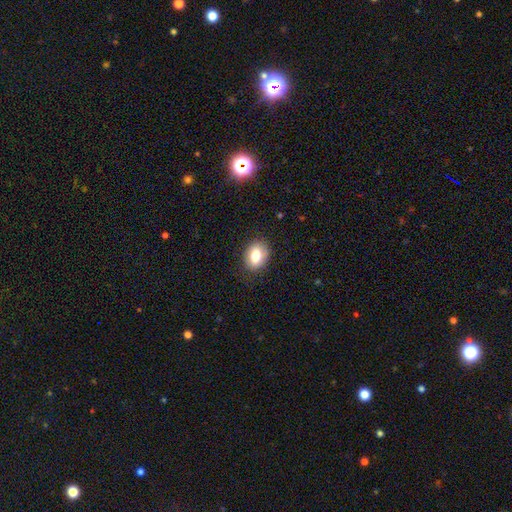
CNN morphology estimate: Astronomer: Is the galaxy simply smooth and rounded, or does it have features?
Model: smooth — 80%.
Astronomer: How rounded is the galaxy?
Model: in between — 73%.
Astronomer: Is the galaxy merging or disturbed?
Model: none — 84%.